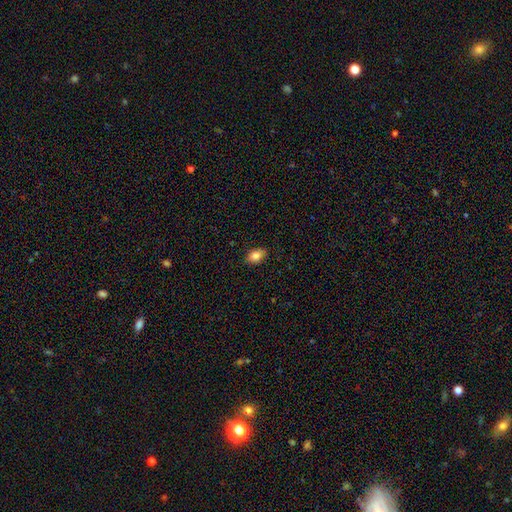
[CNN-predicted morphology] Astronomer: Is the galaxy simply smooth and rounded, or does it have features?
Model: smooth — 83%.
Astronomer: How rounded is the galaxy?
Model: in between — 85%.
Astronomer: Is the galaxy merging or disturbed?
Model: none — 87%.